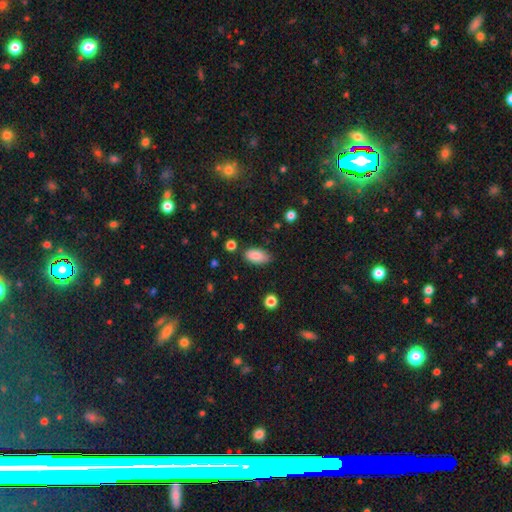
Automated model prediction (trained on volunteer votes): Q: Smooth or featured?
A: smooth (85%); runner-up: star or artifact (8%)
Q: How rounded?
A: in between (93%); runner-up: cigar-shaped (4%)
Q: Merging?
A: none (78%); runner-up: minor disturbance (16%)